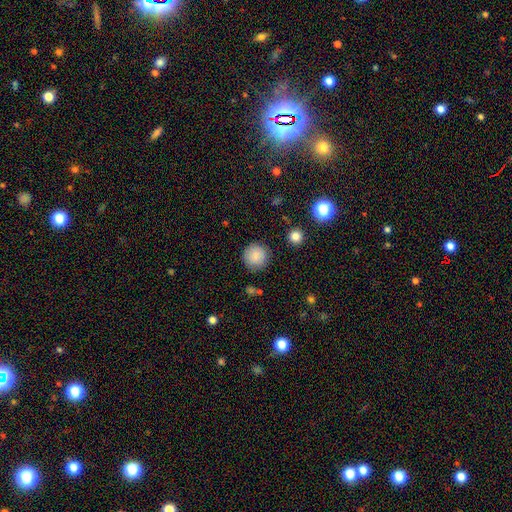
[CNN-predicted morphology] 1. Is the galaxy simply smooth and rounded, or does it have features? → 86% smooth, 9% star or artifact, 6% featured or disk.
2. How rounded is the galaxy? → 95% round, 4% in between, 1% cigar-shaped.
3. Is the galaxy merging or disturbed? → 87% none, 8% minor disturbance, 3% major disturbance, 2% merger.